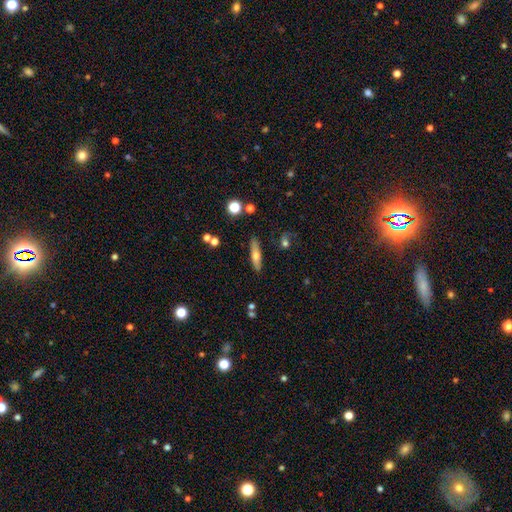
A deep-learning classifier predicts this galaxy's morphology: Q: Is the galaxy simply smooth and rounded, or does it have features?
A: smooth — 58%.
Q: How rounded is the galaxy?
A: cigar-shaped — 76%.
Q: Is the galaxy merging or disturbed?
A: none — 86%.